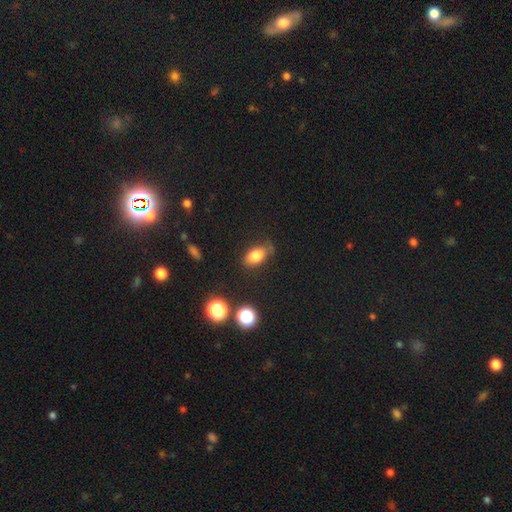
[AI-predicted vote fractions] Smooth or featured?
  - smooth: 79% *
  - star or artifact: 11%
  - featured or disk: 10%
How rounded?
  - in between: 86% *
  - round: 10%
  - cigar-shaped: 4%
Merging?
  - none: 71% *
  - minor disturbance: 21%
  - major disturbance: 6%
  - merger: 3%